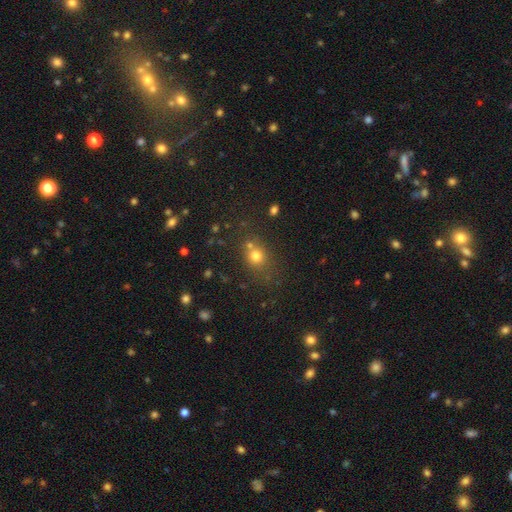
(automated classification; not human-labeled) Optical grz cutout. It shows a smooth galaxy with no disk features (72%) that is round (73%). Merging: none (63%).